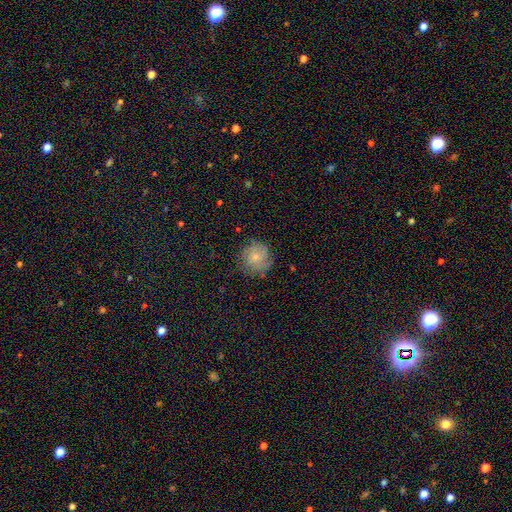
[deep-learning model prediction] This is likely a smooth galaxy (68%). How rounded: clearly round (92%). Merging: likely none (75%).